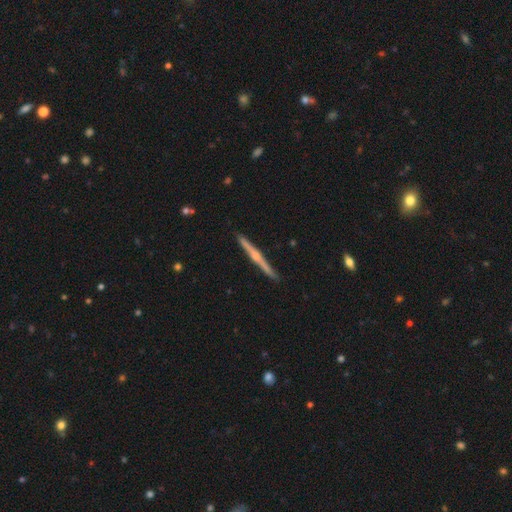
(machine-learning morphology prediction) Smooth or featured?
  - featured or disk: 79% *
  - smooth: 16%
  - star or artifact: 5%
Edge-on disk?
  - yes: 98% *
  - no: 2%
Edge-on bulge?
  - rounded: 83% *
  - none: 12%
  - boxy: 5%
Merging?
  - none: 92% *
  - minor disturbance: 6%
  - merger: 1%
  - major disturbance: 1%